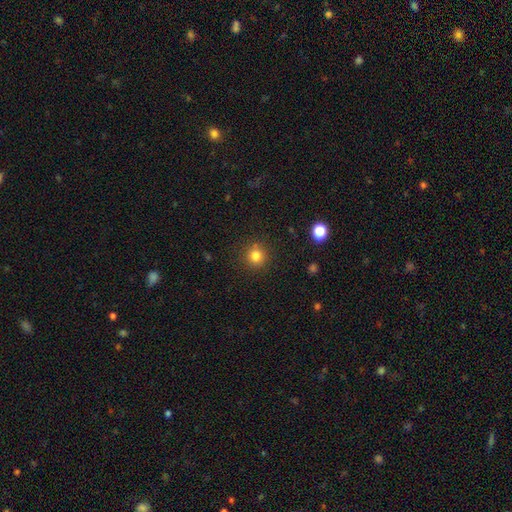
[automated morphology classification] Smooth or featured?
  - smooth: 81% *
  - star or artifact: 13%
  - featured or disk: 6%
How rounded?
  - round: 91% *
  - in between: 8%
  - cigar-shaped: 1%
Merging?
  - none: 86% *
  - minor disturbance: 8%
  - merger: 3%
  - major disturbance: 3%